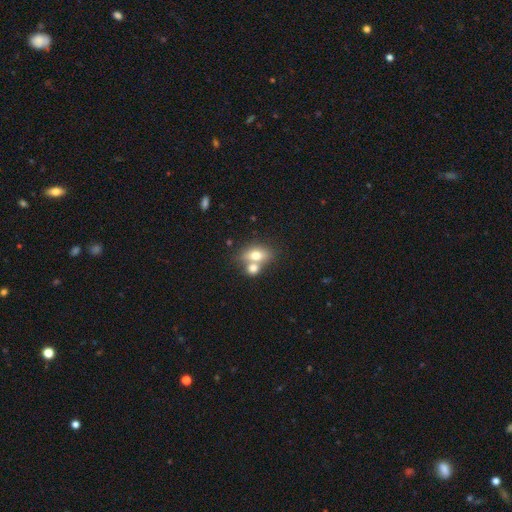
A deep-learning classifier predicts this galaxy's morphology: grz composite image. It shows a smooth galaxy with no disk features (70%) that is in between round and cigar-shaped (73%). Merging: merger (53%).